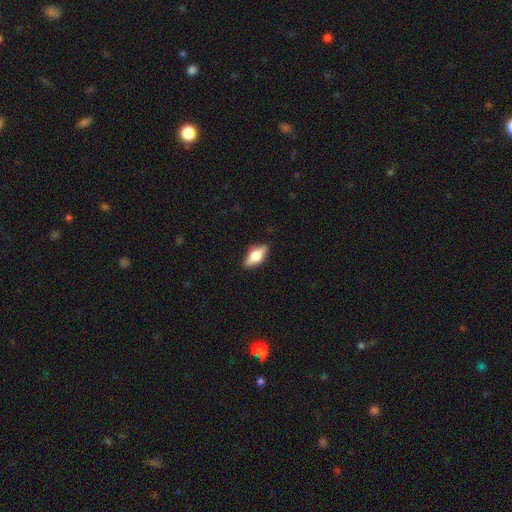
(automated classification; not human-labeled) smooth-or-featured: featured or disk: 47% | smooth: 46% | star or artifact: 7%
  merging: none: 86% | minor disturbance: 10% | major disturbance: 2% | merger: 1%